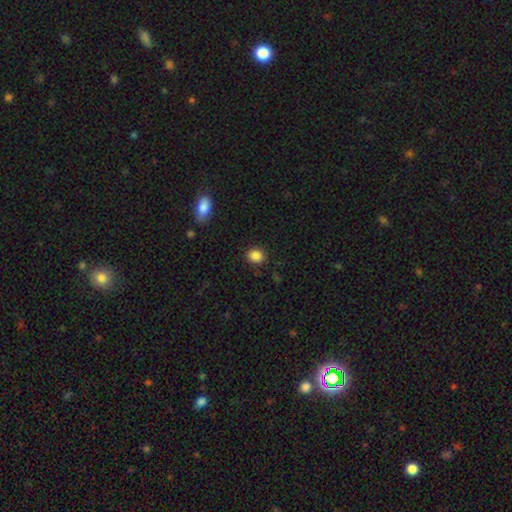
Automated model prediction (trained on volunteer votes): The model was most divided on "how rounded": round: 73%, in between: 26%, cigar-shaped: 1%. More confident: merging — none (89%); smooth or featured — smooth (86%).